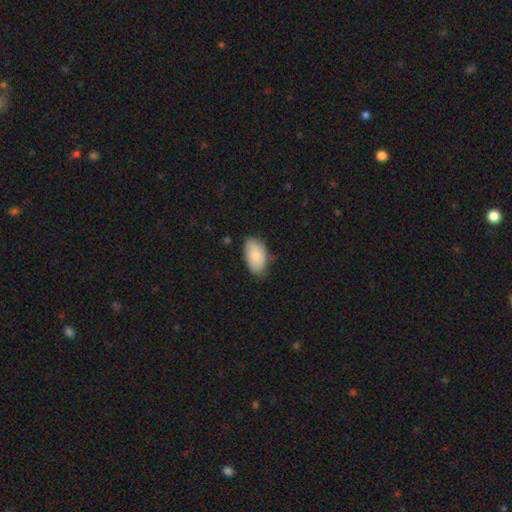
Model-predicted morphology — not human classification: Smooth or featured? smooth (82%)
How rounded? in between (94%)
Merging? none (72%)